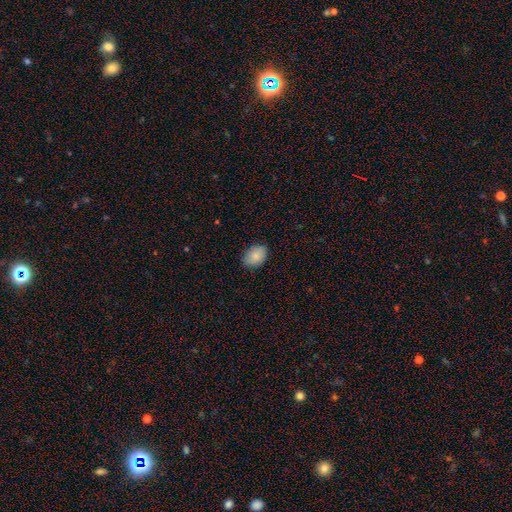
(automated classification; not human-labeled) Smooth or featured? Predicted: smooth (p=0.87). How rounded? Predicted: in between (p=0.78). Merging? Predicted: none (p=0.85).